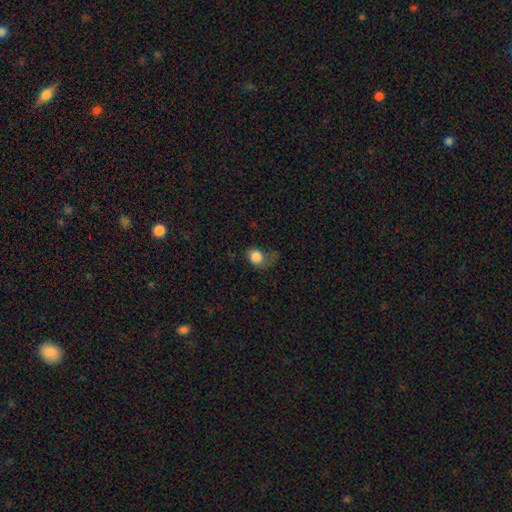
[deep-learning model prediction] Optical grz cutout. It shows a smooth galaxy with no disk features (84%) that is round (67%). Merging: none (35%).